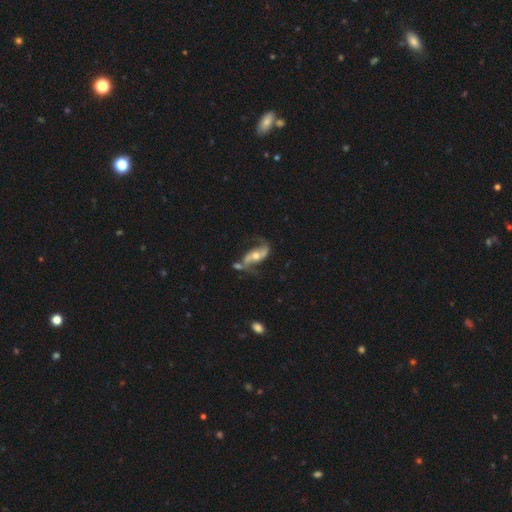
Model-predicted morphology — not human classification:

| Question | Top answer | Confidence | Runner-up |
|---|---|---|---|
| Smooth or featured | featured or disk | 81% | smooth (12%) |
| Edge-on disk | no | 92% | yes (8%) |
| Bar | no | 47% | weak (30%) |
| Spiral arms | yes | 91% | no (9%) |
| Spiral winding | loose | 71% | medium (22%) |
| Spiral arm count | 2 | 90% | can't tell (4%) |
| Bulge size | moderate | 65% | small (27%) |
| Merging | none | 50% | minor disturbance (20%) |